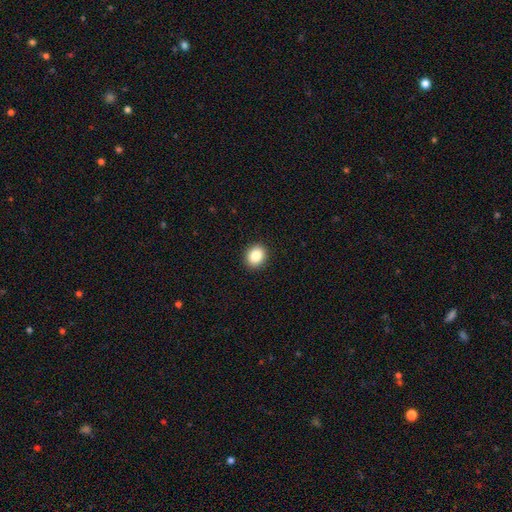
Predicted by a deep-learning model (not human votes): This appears to be a smooth galaxy with no disk features (85%) that is round (70%). Merging: none (92%).